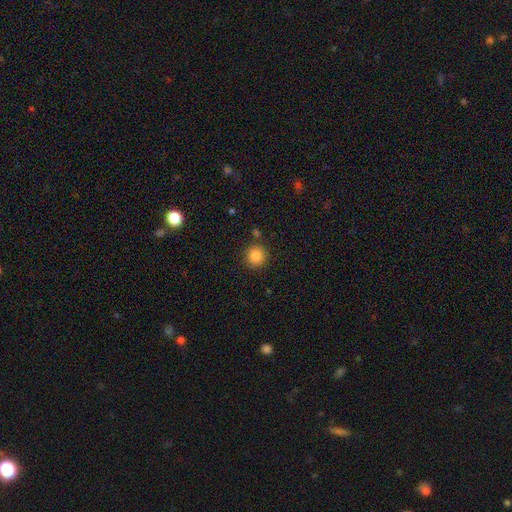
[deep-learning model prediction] Smooth or featured: smooth — 85% (star or artifact — 10%)
How rounded: round — 93% (in between — 6%)
Merging: none — 86% (minor disturbance — 8%)